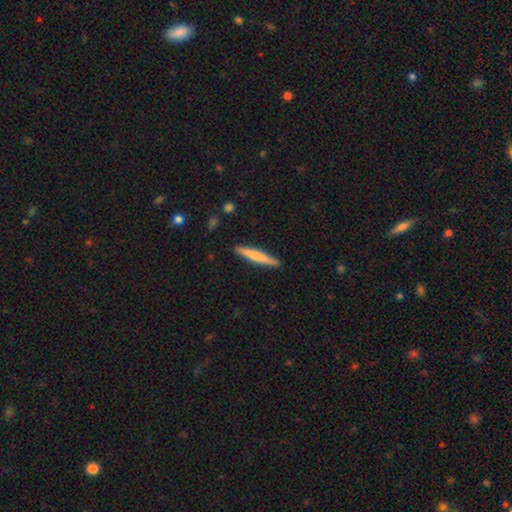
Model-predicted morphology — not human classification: Smooth or featured?
  - smooth: 65% *
  - featured or disk: 30%
  - star or artifact: 5%
How rounded?
  - cigar-shaped: 95% *
  - in between: 4%
  - round: 1%
Merging?
  - none: 90% *
  - minor disturbance: 7%
  - major disturbance: 1%
  - merger: 1%